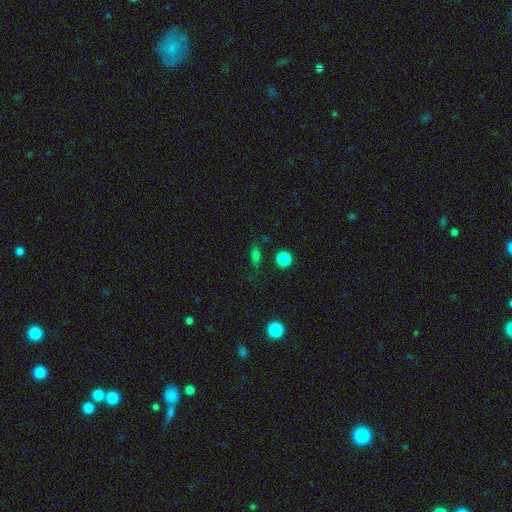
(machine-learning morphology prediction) Overall: smooth (69%). How rounded: in between (56%; round 22%). Merging: none (74%).